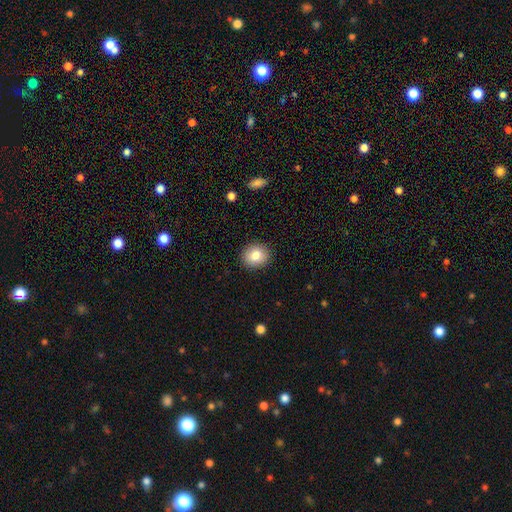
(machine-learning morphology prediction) A smooth galaxy with no disk features (84%) that is round (72%). Merging: none (91%).